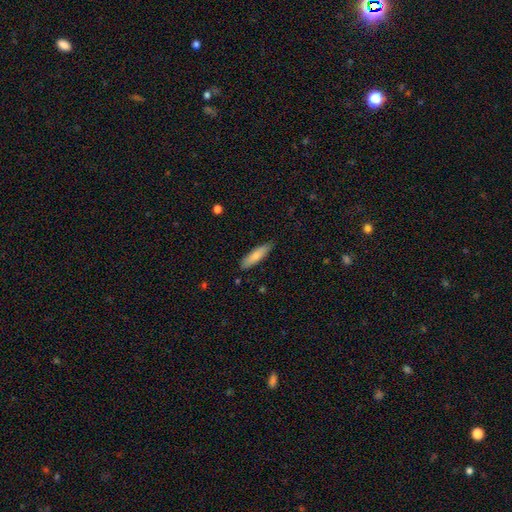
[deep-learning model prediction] Q: Smooth or featured?
A: smooth (76%); runner-up: featured or disk (18%)
Q: How rounded?
A: cigar-shaped (68%); runner-up: in between (30%)
Q: Merging?
A: none (85%); runner-up: minor disturbance (12%)